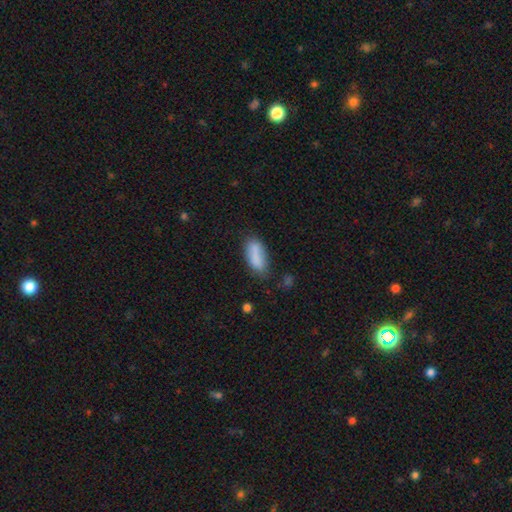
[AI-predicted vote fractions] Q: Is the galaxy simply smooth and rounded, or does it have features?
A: smooth — 82%.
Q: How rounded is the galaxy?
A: in between — 82%.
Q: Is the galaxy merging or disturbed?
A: none — 59%.